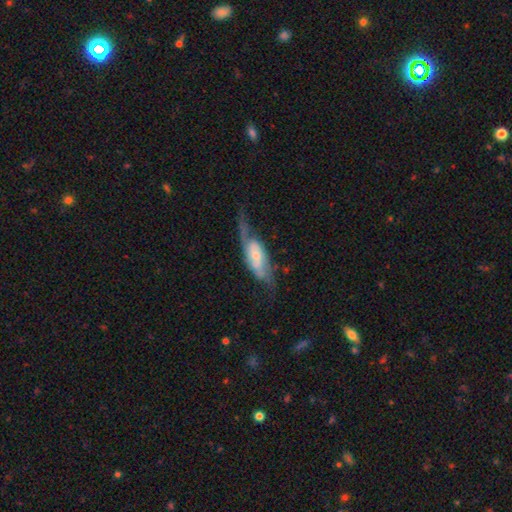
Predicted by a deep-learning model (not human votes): Morphology: type=featured or disk (72%); edge-on=no (81%); bar=no (51%); spiral arms=yes (85%); bulge=small (50%); merging=none (44%).